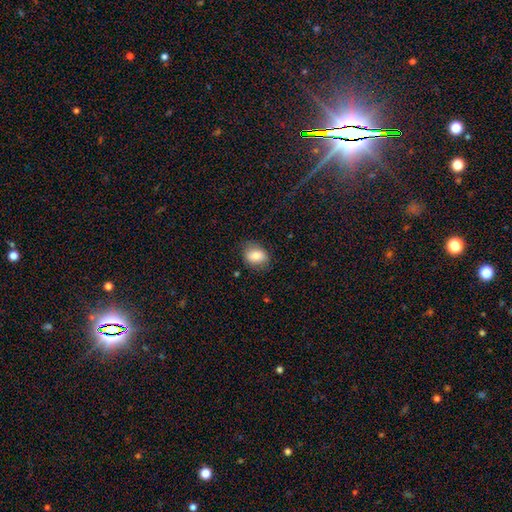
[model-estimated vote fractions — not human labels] smooth 82%, featured or disk 10%, star or artifact 8%. Down the decision tree: how rounded — in between (69%); merging — none (76%).